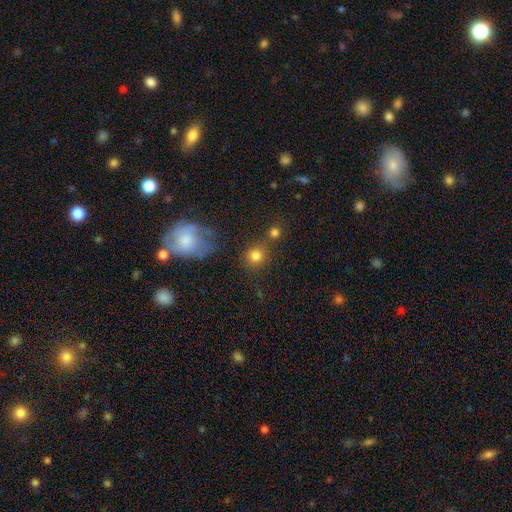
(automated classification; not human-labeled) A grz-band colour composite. It shows a smooth galaxy with no disk features (80%) that is round (88%). Merging: none (66%).